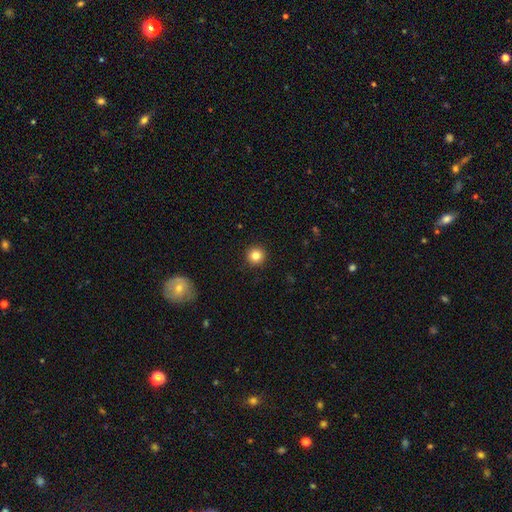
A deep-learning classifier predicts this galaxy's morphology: smooth-or-featured: smooth: 83% | star or artifact: 11% | featured or disk: 6%
  how-rounded: round: 95% | in between: 4% | cigar-shaped: 1%
  merging: none: 93% | minor disturbance: 5% | major disturbance: 2% | merger: 1%